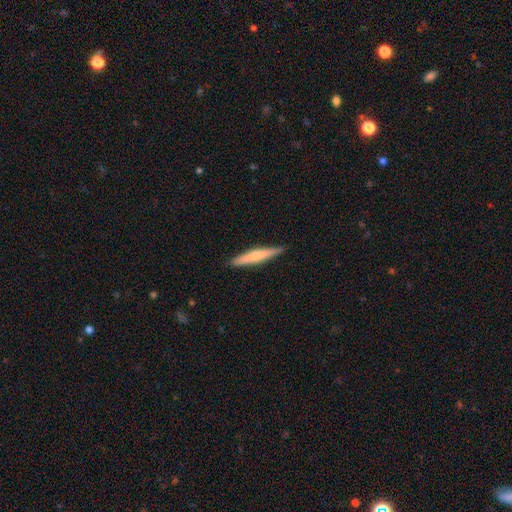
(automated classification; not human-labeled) The model was most divided on "smooth or featured": smooth: 57%, featured or disk: 37%, star or artifact: 5%. More confident: how rounded — cigar-shaped (91%); merging — none (90%).